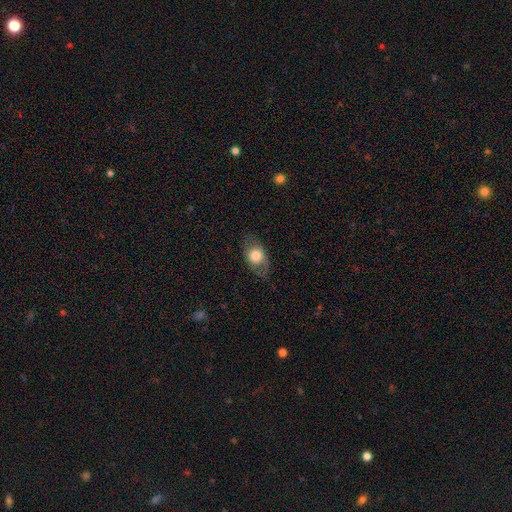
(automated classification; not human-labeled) smooth_or_featured: smooth (p=0.63) [alt: featured or disk p=0.30]
how_rounded: in between (p=0.75) [alt: round p=0.23]
merging: none (p=0.77) [alt: minor disturbance p=0.15]